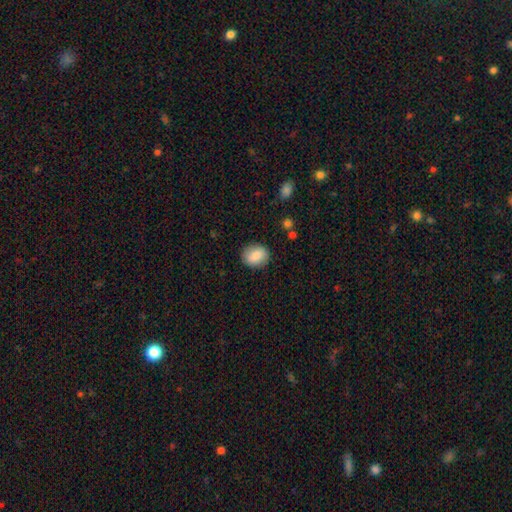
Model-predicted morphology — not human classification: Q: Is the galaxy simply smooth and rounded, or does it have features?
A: smooth — 85%.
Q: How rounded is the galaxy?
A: round — 58%.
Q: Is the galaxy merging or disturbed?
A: none — 86%.